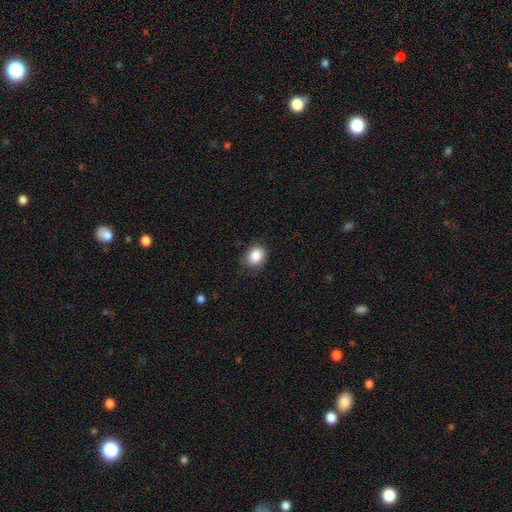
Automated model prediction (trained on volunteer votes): Overall: smooth (87%). How rounded: in between (58%; round 41%). Merging: none (77%).